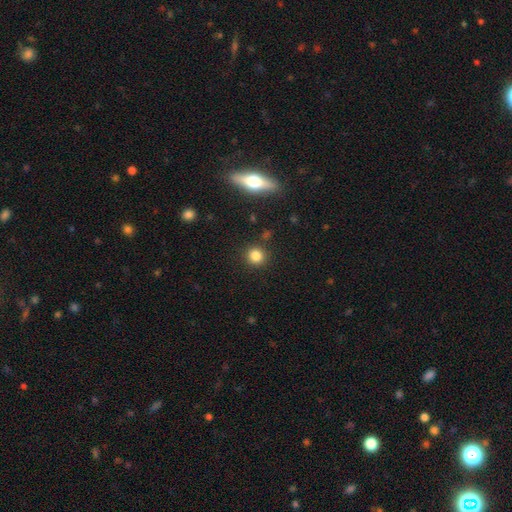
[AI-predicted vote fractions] Smooth or featured?
  - smooth: 83% *
  - star or artifact: 12%
  - featured or disk: 5%
How rounded?
  - round: 91% *
  - in between: 8%
  - cigar-shaped: 1%
Merging?
  - none: 89% *
  - minor disturbance: 6%
  - major disturbance: 2%
  - merger: 2%